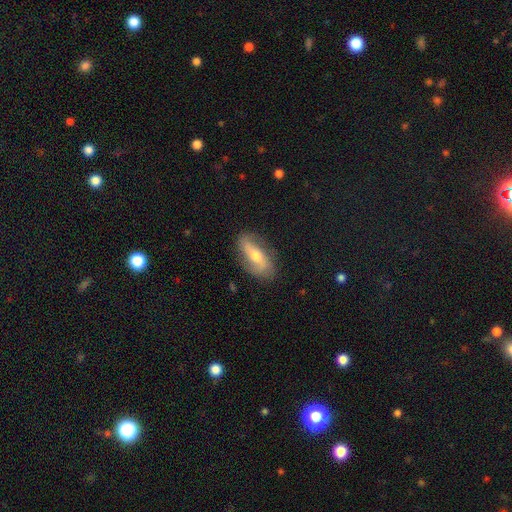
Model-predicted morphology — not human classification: type=featured or disk (59%); edge-on=no (83%); merging=none (77%).